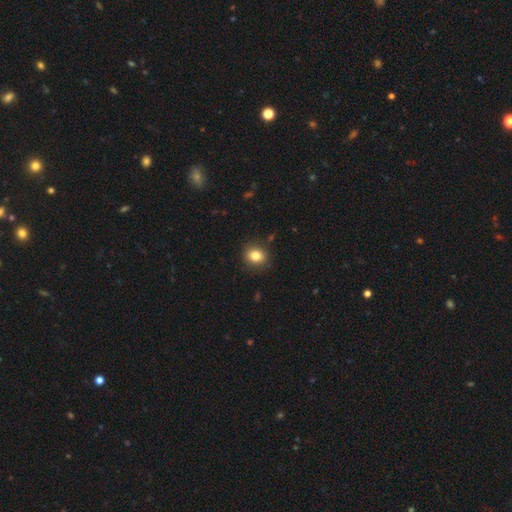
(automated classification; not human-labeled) Smooth or featured?
  - smooth: 82% *
  - star or artifact: 10%
  - featured or disk: 7%
How rounded?
  - round: 65% *
  - in between: 34%
  - cigar-shaped: 1%
Merging?
  - none: 87% *
  - minor disturbance: 9%
  - major disturbance: 2%
  - merger: 1%